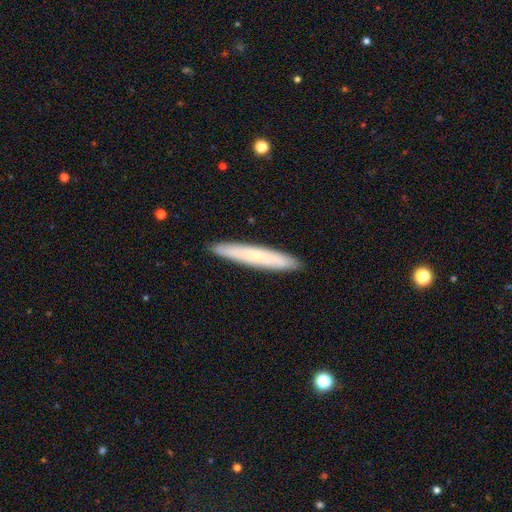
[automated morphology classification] smooth 59%, featured or disk 35%, star or artifact 6%. Down the decision tree: how rounded — cigar-shaped (94%); merging — none (91%).